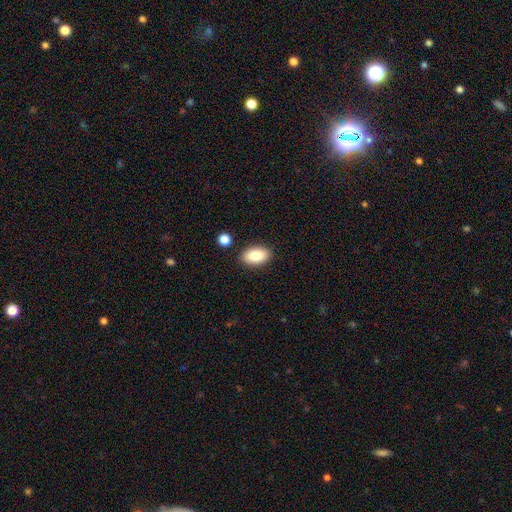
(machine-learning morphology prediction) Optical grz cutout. It shows a smooth galaxy with no disk features (83%) that is in between round and cigar-shaped (91%). Merging: none (87%).